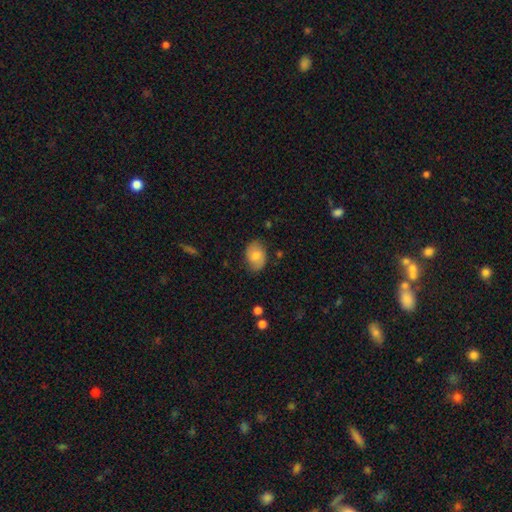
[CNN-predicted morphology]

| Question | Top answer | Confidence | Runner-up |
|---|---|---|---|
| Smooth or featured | smooth | 70% | featured or disk (23%) |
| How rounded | in between | 82% | round (17%) |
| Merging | none | 78% | minor disturbance (17%) |